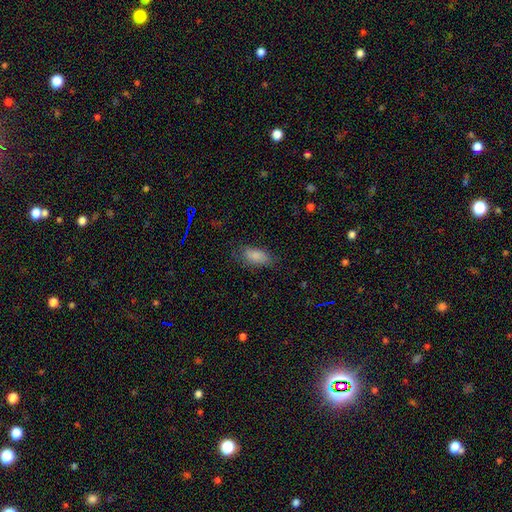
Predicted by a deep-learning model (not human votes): Smooth or featured? smooth (83%)
How rounded? in between (89%)
Merging? none (66%)